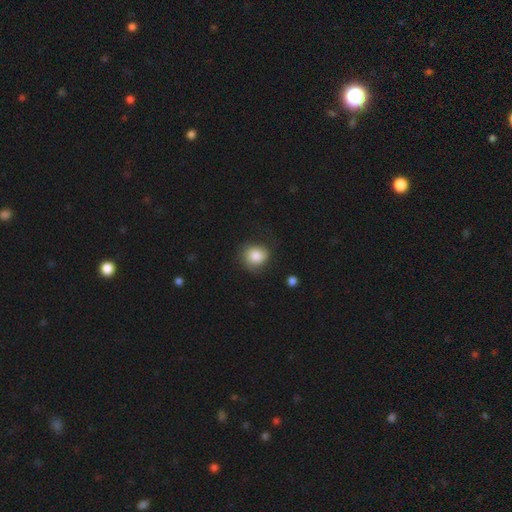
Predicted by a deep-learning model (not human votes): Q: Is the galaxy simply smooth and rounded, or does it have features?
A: smooth — 83%.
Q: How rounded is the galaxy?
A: round — 79%.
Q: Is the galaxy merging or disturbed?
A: none — 70%.